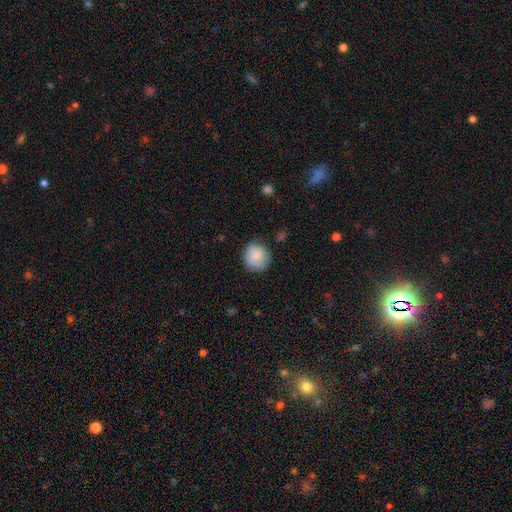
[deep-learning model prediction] Smooth or featured? smooth (83%)
How rounded? round (89%)
Merging? none (77%)